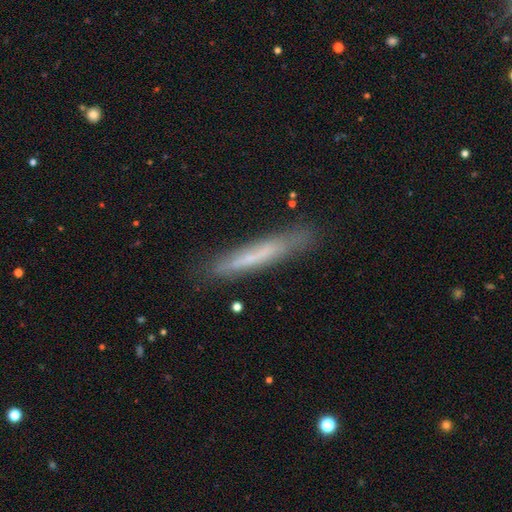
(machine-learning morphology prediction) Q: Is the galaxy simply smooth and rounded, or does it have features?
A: smooth — 52%.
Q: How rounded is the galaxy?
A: cigar-shaped — 95%.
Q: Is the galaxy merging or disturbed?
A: none — 80%.